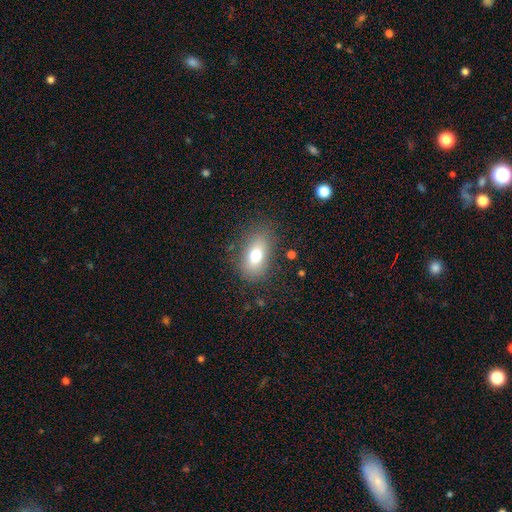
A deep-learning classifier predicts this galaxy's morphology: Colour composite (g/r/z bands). It shows a smooth galaxy with no disk features (71%) that is in between round and cigar-shaped (81%). Merging: none (80%).